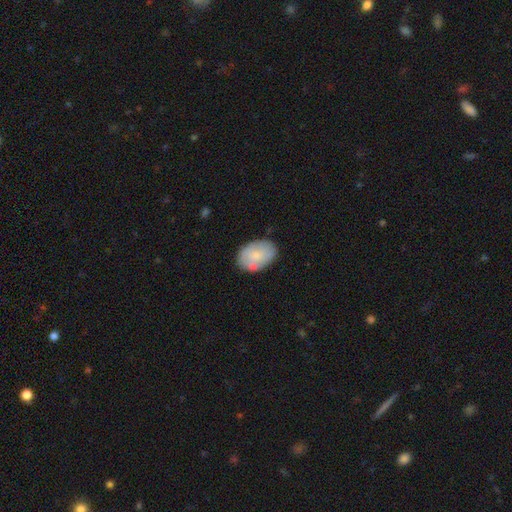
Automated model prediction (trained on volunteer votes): Morphology: type=smooth (70%); roundness=in between (85%); merging=none (74%).